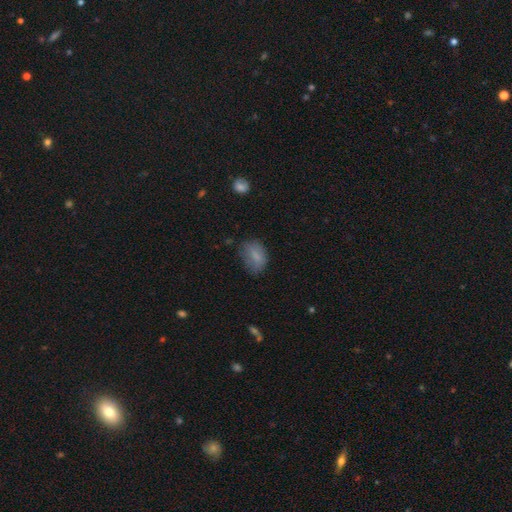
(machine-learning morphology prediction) Smooth or featured?
  - smooth: 75% *
  - featured or disk: 16%
  - star or artifact: 9%
How rounded?
  - in between: 81% *
  - round: 17%
  - cigar-shaped: 2%
Merging?
  - none: 61% *
  - minor disturbance: 27%
  - major disturbance: 10%
  - merger: 2%